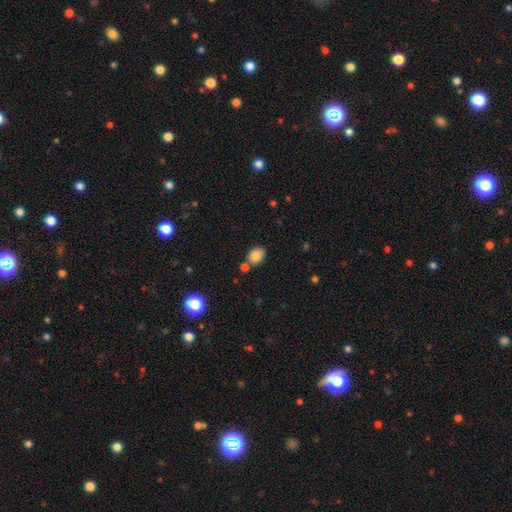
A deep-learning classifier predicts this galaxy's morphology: type=smooth (84%); roundness=in between (57%); merging=none (68%).